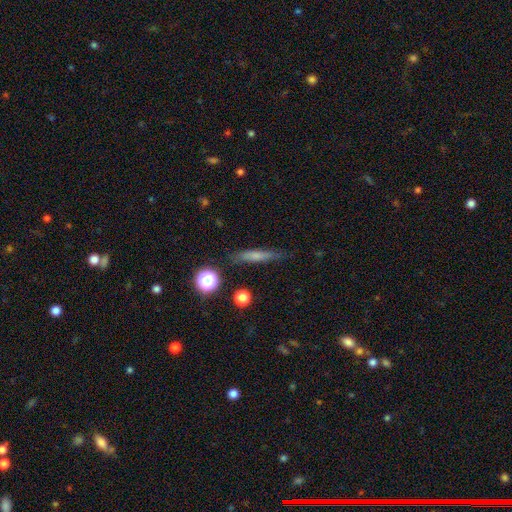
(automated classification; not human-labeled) A smooth galaxy with no disk features (64%) that is cigar-shaped (84%). Merging: none (80%).